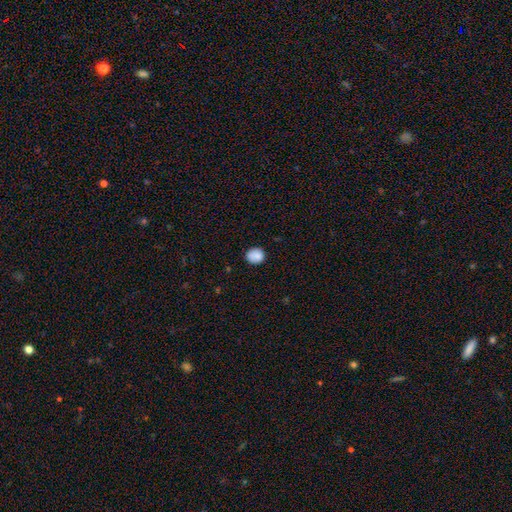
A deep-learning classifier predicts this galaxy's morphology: smooth_or_featured: smooth (p=0.87) [alt: star or artifact p=0.09]
how_rounded: round (p=0.74) [alt: in between p=0.25]
merging: none (p=0.82) [alt: minor disturbance p=0.14]